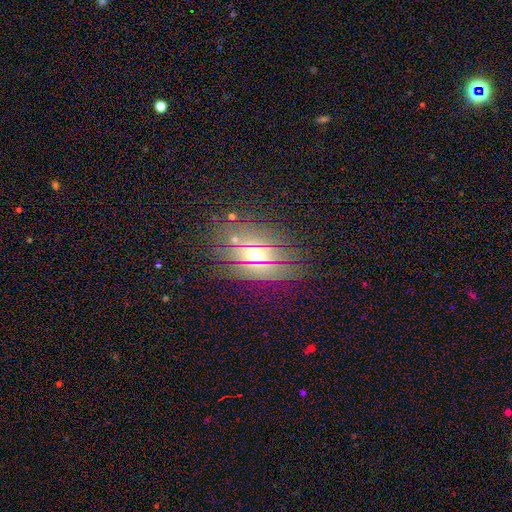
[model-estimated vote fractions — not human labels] Smooth or featured? Predicted: smooth (p=0.41). Merging? Predicted: none (p=0.82).